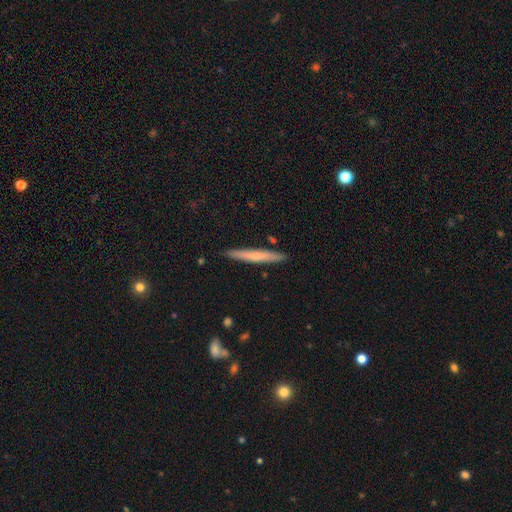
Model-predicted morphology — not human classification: This is possibly a smooth galaxy (58%). How rounded: clearly cigar-shaped (96%). Merging: clearly none (90%).